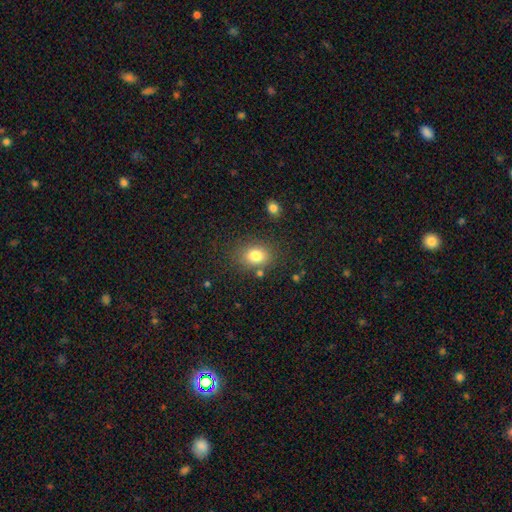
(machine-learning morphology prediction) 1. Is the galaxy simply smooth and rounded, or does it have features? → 81% smooth, 11% star or artifact, 9% featured or disk.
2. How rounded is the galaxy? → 61% in between, 38% round, 1% cigar-shaped.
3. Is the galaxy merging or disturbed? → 79% none, 12% minor disturbance, 5% merger, 4% major disturbance.